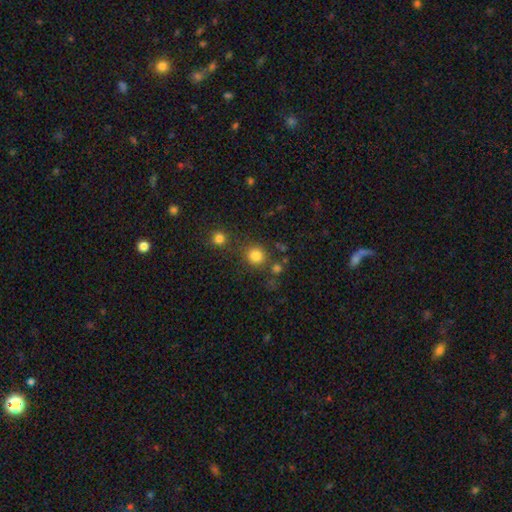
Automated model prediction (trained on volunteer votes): smooth-or-featured: smooth: 82% | star or artifact: 13% | featured or disk: 5%
  how-rounded: round: 92% | in between: 7% | cigar-shaped: 1%
  merging: none: 76% | merger: 11% | minor disturbance: 9% | major disturbance: 4%